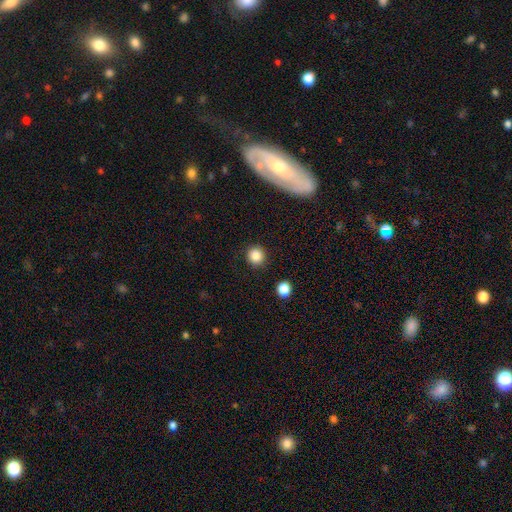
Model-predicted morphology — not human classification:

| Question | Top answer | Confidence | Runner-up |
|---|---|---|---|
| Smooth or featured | smooth | 85% | star or artifact (11%) |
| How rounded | round | 93% | in between (6%) |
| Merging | none | 90% | minor disturbance (6%) |